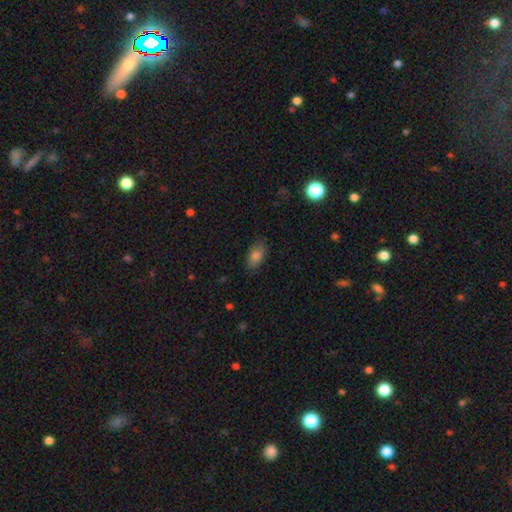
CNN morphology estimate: This is clearly a smooth galaxy (81%). How rounded: clearly in between (91%). Merging: clearly none (82%).